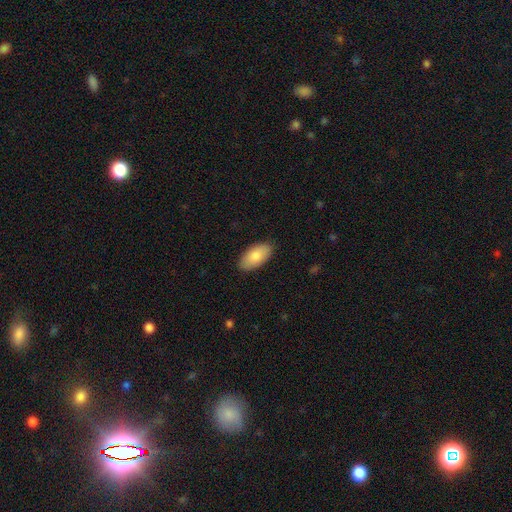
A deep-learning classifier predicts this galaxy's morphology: A smooth galaxy with no disk features (83%) that is in between round and cigar-shaped (94%). Merging: none (87%).